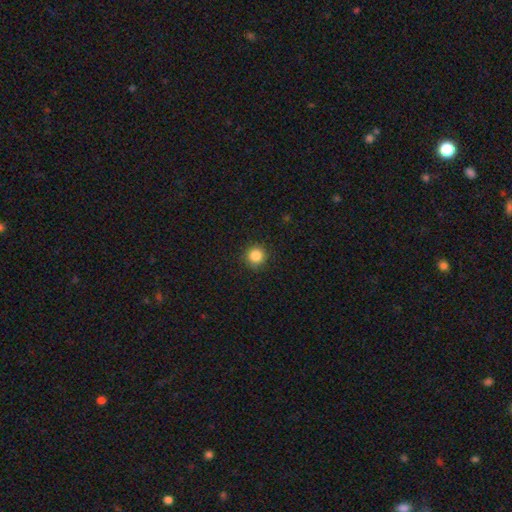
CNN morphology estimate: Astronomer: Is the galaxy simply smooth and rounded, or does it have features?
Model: smooth — 85%.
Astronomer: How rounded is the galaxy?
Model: round — 94%.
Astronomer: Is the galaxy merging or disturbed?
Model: none — 89%.